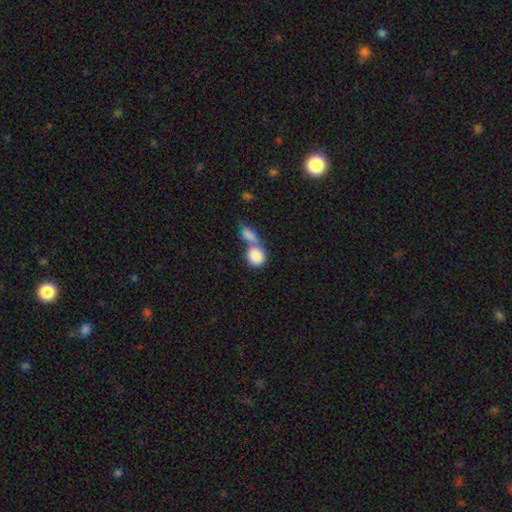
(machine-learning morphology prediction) type=smooth (85%); roundness=round (65%); merging=merger (61%).